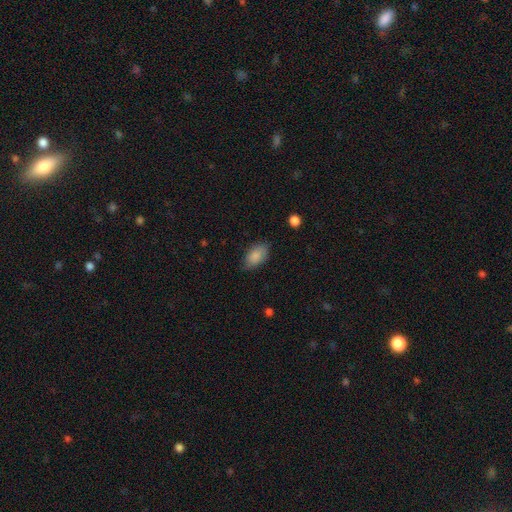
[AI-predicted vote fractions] Smooth or featured? smooth (86%)
How rounded? in between (93%)
Merging? none (79%)